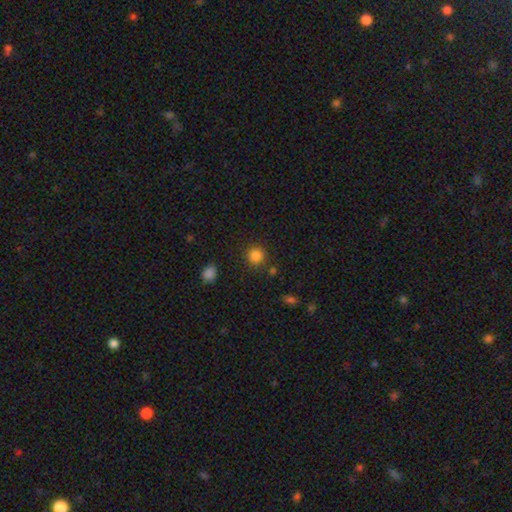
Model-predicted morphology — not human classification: Overall: smooth (85%). How rounded: round (92%). Merging: none (86%).